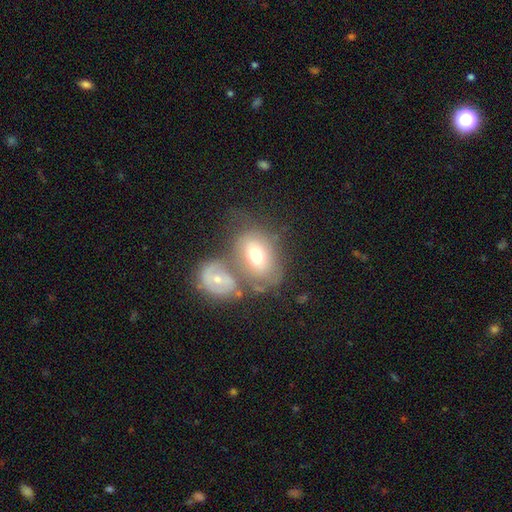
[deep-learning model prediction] The model was most divided on "merging": merger: 42%, none: 32%, minor disturbance: 15%, major disturbance: 11%. More confident: how rounded — in between (78%); smooth or featured — smooth (58%).